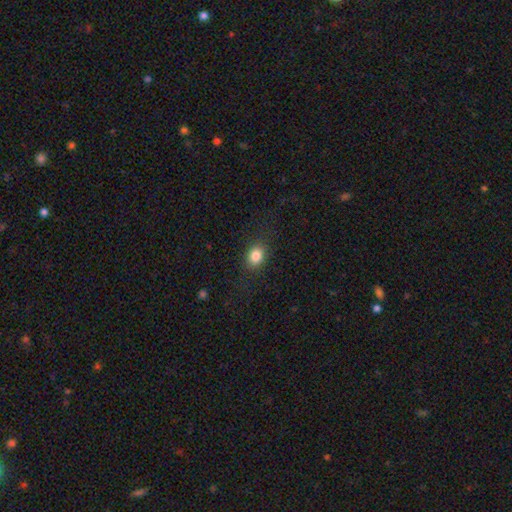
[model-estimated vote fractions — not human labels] Smooth or featured? Predicted: smooth (p=0.84). How rounded? Predicted: in between (p=0.55). Merging? Predicted: none (p=0.86).